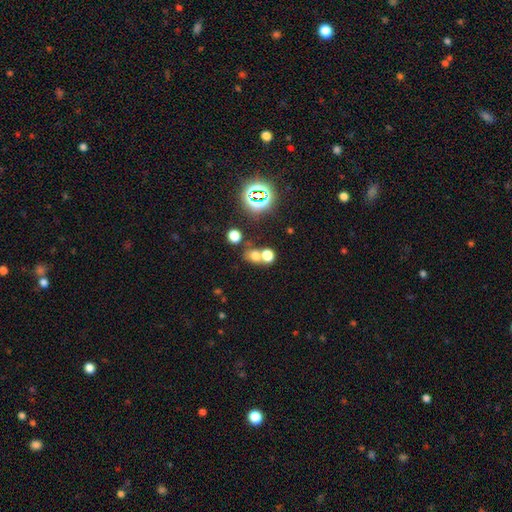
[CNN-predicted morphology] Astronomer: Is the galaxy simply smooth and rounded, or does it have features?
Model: smooth — 63%.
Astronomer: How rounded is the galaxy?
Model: round — 62%.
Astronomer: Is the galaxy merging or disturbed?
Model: none — 45% (runner-up: merger, 44%).